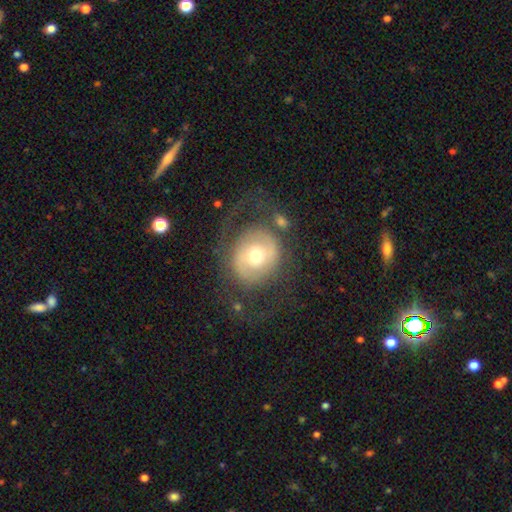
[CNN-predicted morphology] This is possibly a featured or disk galaxy (60%). It is clearly not viewed edge-on (96%). Bar: likely no (65%). Spiral arm pattern: possibly yes (56%). Central bulge: likely moderate (63%). Merging: likely none (63%).